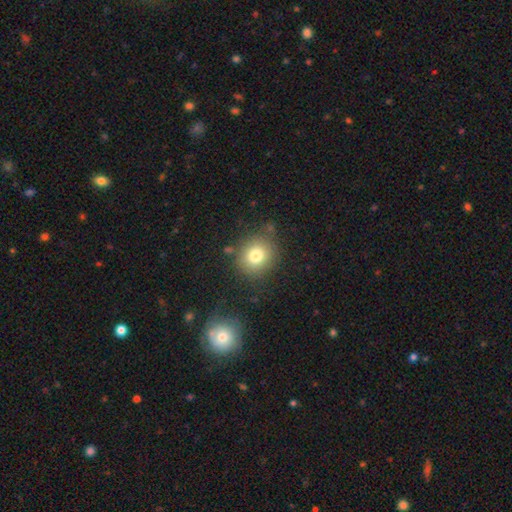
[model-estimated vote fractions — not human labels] Smooth or featured: smooth — 79% (star or artifact — 11%)
How rounded: round — 80% (in between — 19%)
Merging: none — 79% (minor disturbance — 12%)